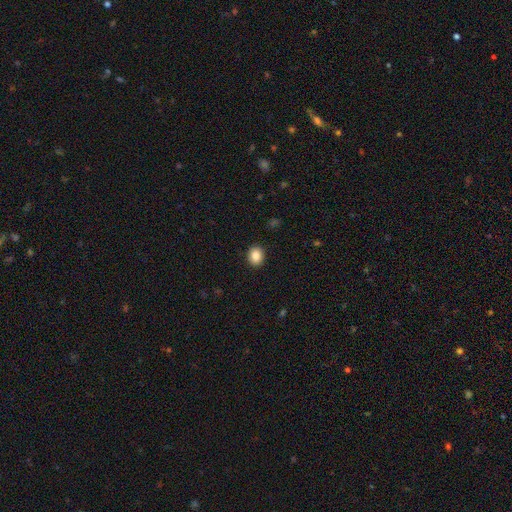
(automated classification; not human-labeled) Smooth or featured? Predicted: smooth (p=0.87). How rounded? Predicted: round (p=0.59). Merging? Predicted: none (p=0.91).